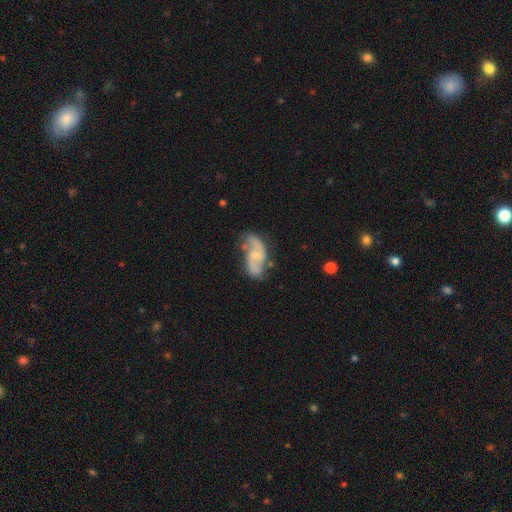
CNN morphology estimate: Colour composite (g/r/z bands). It shows a featured or disk galaxy (82%) with no bar (45%, tied with weak), 2 (89%) loose (47%) spiral arms (94%) and a small central bulge (52%). Merging: none (63%).